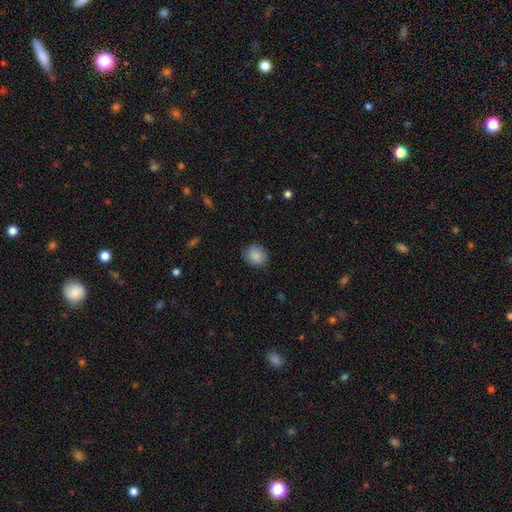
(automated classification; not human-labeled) smooth_or_featured: smooth (p=0.88) [alt: star or artifact p=0.08]
how_rounded: round (p=0.73) [alt: in between p=0.26]
merging: none (p=0.84) [alt: minor disturbance p=0.12]